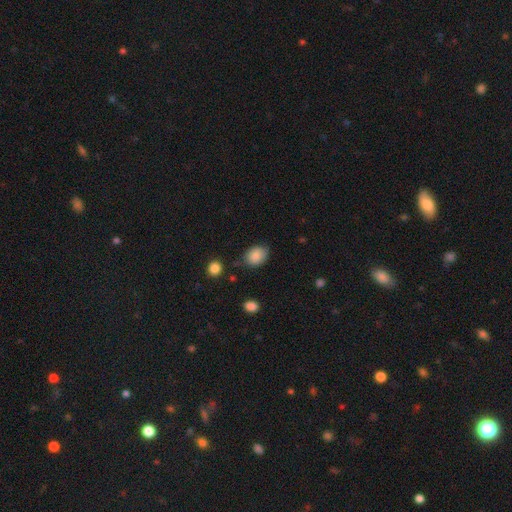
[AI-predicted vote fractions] Smooth or featured? Predicted: smooth (p=0.87). How rounded? Predicted: in between (p=0.58). Merging? Predicted: none (p=0.74).